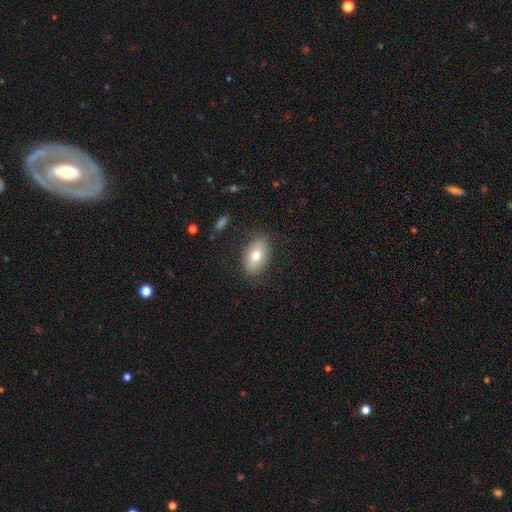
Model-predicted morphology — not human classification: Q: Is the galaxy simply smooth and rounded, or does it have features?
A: smooth — 70%.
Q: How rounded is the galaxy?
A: in between — 88%.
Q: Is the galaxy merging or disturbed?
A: none — 83%.